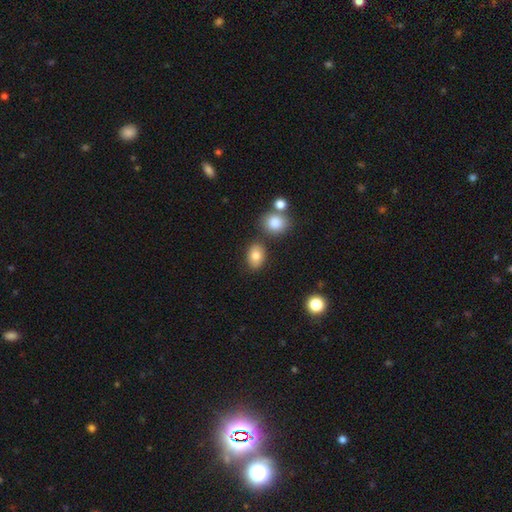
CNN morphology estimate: smooth-or-featured: smooth: 81% | star or artifact: 9% | featured or disk: 9%
  how-rounded: in between: 74% | round: 25% | cigar-shaped: 1%
  merging: none: 77% | minor disturbance: 11% | merger: 9% | major disturbance: 3%